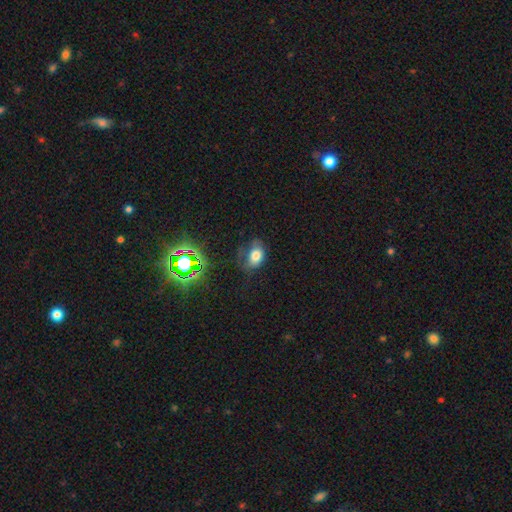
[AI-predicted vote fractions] This is likely a smooth galaxy (70%). How rounded: likely in between (77%). Merging: possibly none (50%).